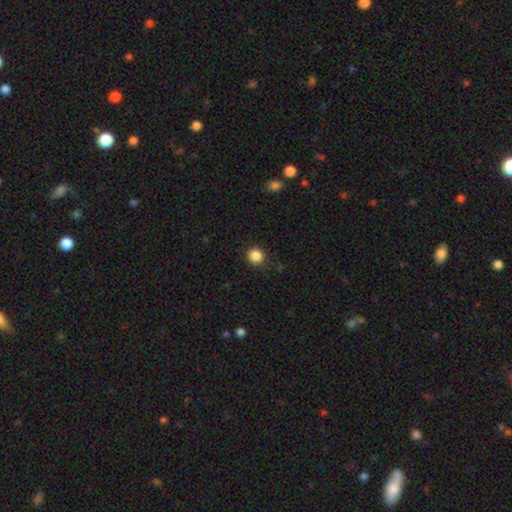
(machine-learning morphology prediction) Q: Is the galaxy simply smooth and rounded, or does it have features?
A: smooth — 86%.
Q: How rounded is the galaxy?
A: round — 91%.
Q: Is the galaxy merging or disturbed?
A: none — 90%.